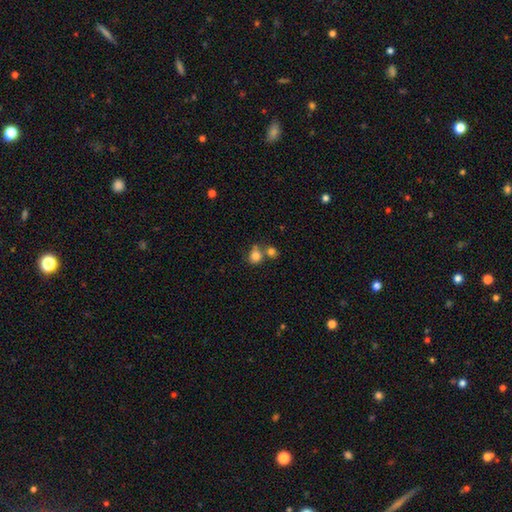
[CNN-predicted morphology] Smooth or featured? smooth (82%)
How rounded? round (71%)
Merging? none (45%)